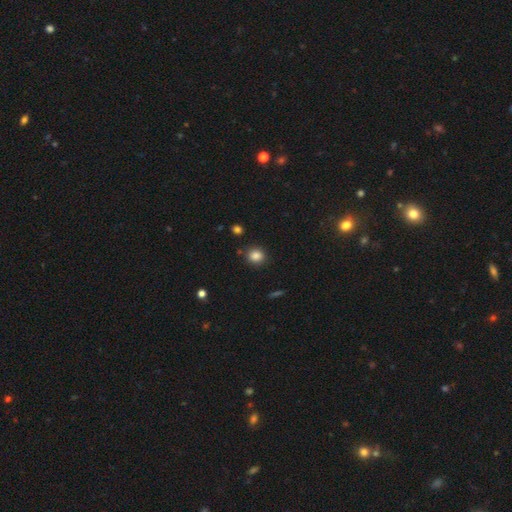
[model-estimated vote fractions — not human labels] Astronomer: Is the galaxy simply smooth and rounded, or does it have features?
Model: smooth — 85%.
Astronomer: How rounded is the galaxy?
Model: round — 80%.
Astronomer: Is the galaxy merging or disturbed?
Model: none — 86%.